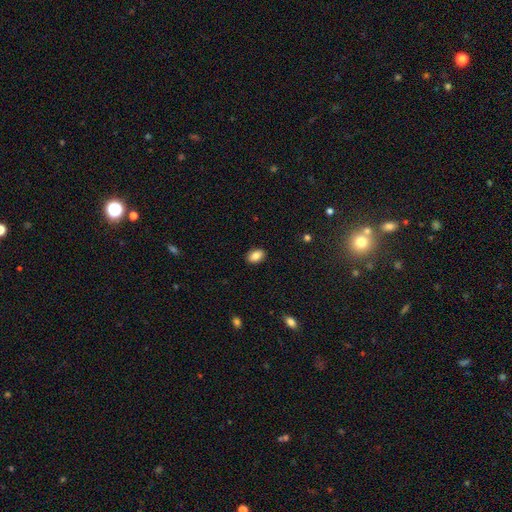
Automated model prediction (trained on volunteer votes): Q: Smooth or featured?
A: smooth (85%); runner-up: star or artifact (8%)
Q: How rounded?
A: in between (87%); runner-up: round (12%)
Q: Merging?
A: none (89%); runner-up: minor disturbance (8%)